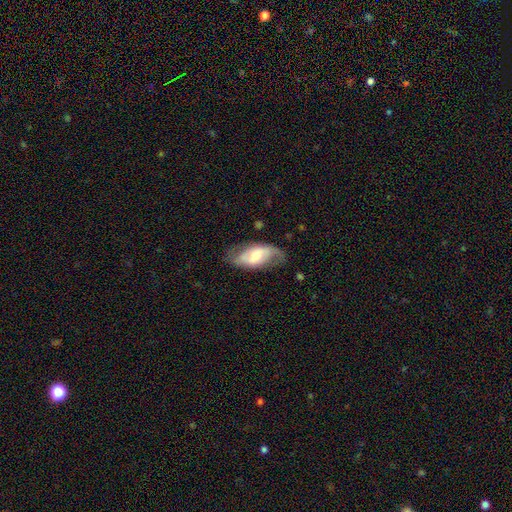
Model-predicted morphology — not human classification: Smooth or featured? Predicted: featured or disk (p=0.62). Edge-on disk? Predicted: no (p=0.92). Bar? Predicted: weak (p=0.44). Spiral arms? Predicted: yes (p=0.79). Bulge size? Predicted: moderate (p=0.53). Merging? Predicted: none (p=0.63).